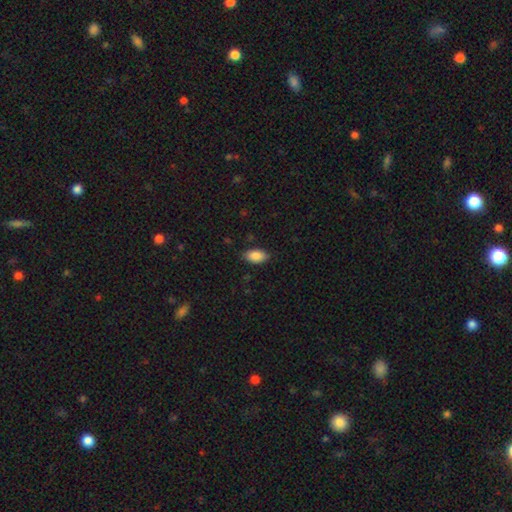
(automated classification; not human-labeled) A smooth galaxy with no disk features (88%) that is in between round and cigar-shaped (94%).

Vote fractions:
- Smooth or featured? smooth: 88% / star or artifact: 7% / featured or disk: 5%
- How rounded? in between: 94% / round: 4% / cigar-shaped: 3%
- Merging? none: 84% / minor disturbance: 12% / major disturbance: 3% / merger: 1%